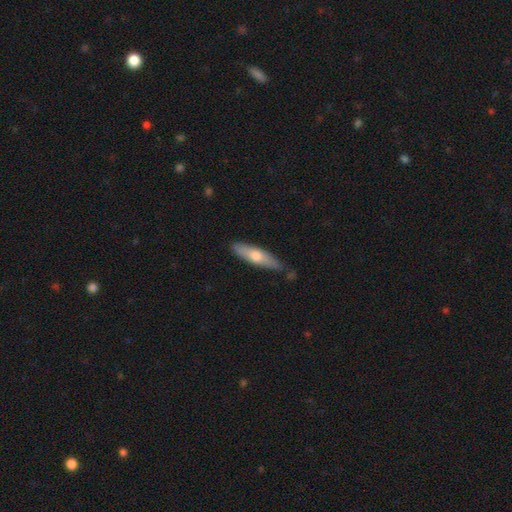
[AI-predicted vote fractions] A smooth galaxy with no disk features (60%) that is cigar-shaped (70%). Merging: none (74%).